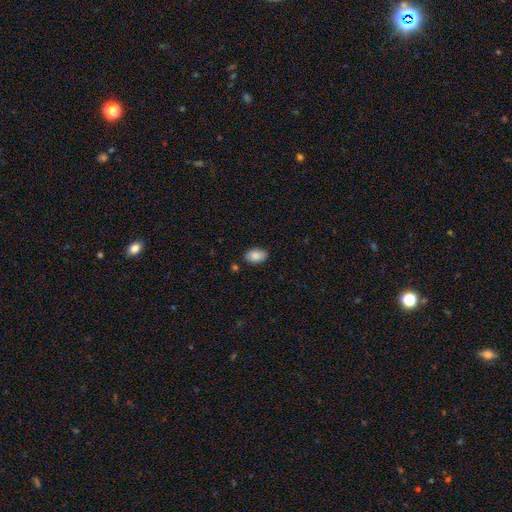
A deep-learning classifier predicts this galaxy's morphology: smooth 87%, star or artifact 7%, featured or disk 6%. Down the decision tree: how rounded — in between (91%); merging — none (83%).